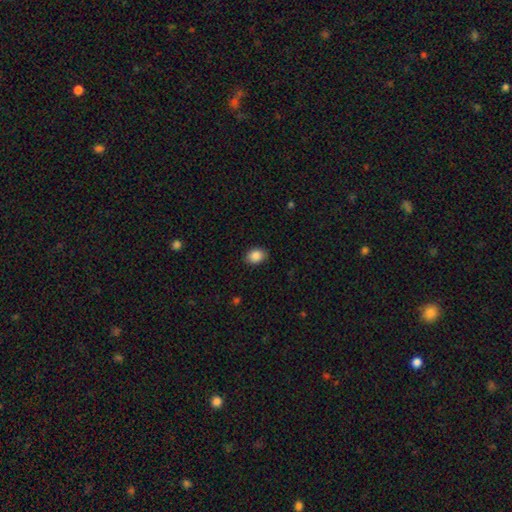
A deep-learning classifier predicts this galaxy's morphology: Smooth or featured?
  - smooth: 88% *
  - star or artifact: 8%
  - featured or disk: 4%
How rounded?
  - in between: 65% *
  - round: 34%
  - cigar-shaped: 1%
Merging?
  - none: 88% *
  - minor disturbance: 9%
  - major disturbance: 2%
  - merger: 1%